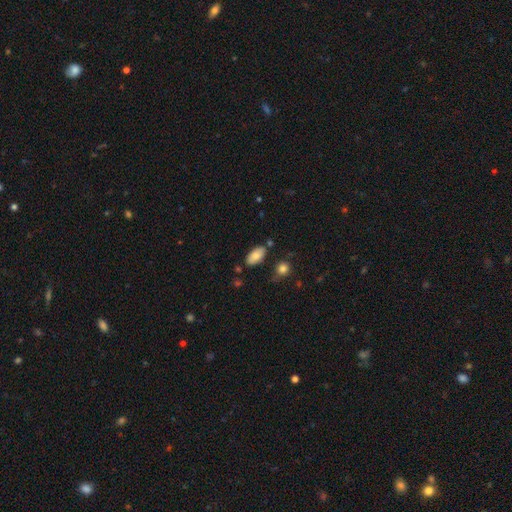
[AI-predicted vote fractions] Smooth or featured? smooth (82%)
How rounded? in between (93%)
Merging? none (78%)